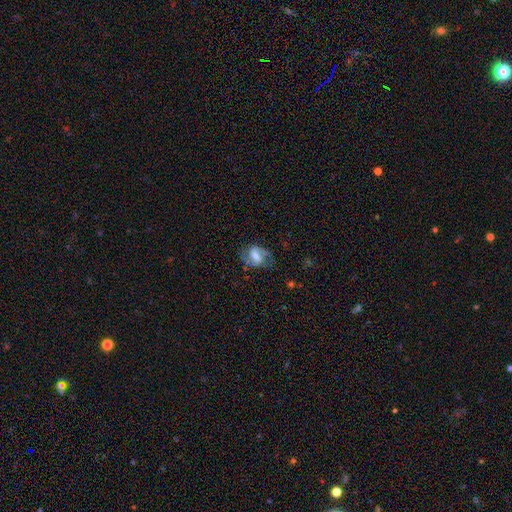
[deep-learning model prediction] A featured or disk galaxy (64%) with a weak bar (42%), 2 (81%) medium (45%) spiral arms (85%) and a moderate central bulge (35%). Merging: none (61%).